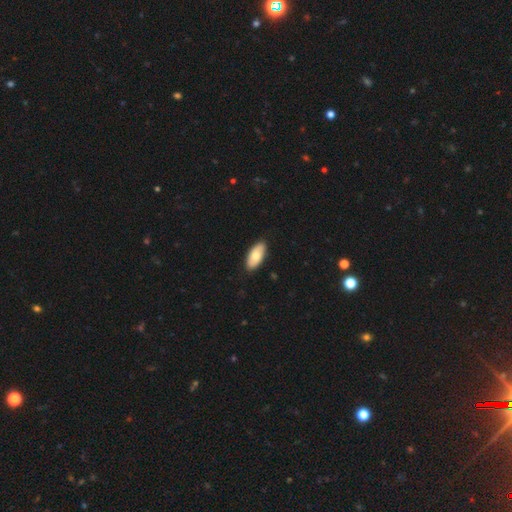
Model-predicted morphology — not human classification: Smooth or featured?
  - smooth: 74% *
  - featured or disk: 21%
  - star or artifact: 5%
How rounded?
  - in between: 91% *
  - cigar-shaped: 7%
  - round: 2%
Merging?
  - none: 88% *
  - minor disturbance: 9%
  - major disturbance: 2%
  - merger: 1%